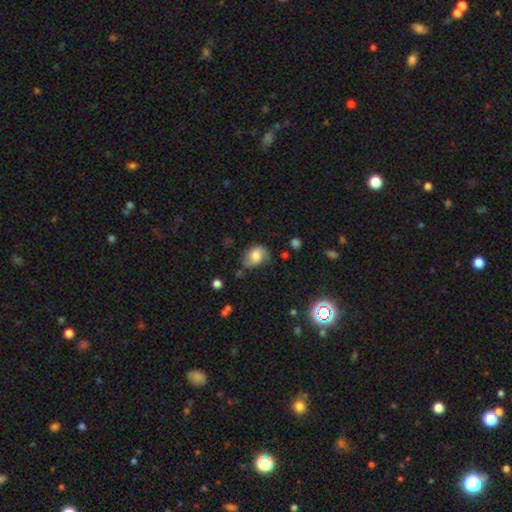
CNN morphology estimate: smooth-or-featured: smooth: 64% | featured or disk: 26% | star or artifact: 10%
  how-rounded: in between: 66% | round: 33% | cigar-shaped: 1%
  merging: none: 49% | minor disturbance: 35% | major disturbance: 12% | merger: 3%